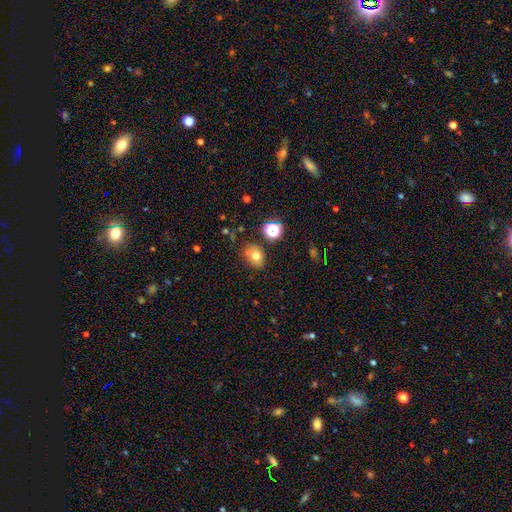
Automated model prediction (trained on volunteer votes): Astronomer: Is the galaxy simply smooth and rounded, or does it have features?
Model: smooth — 72%.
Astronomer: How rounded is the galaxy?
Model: in between — 64%.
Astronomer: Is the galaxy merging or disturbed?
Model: none — 75%.